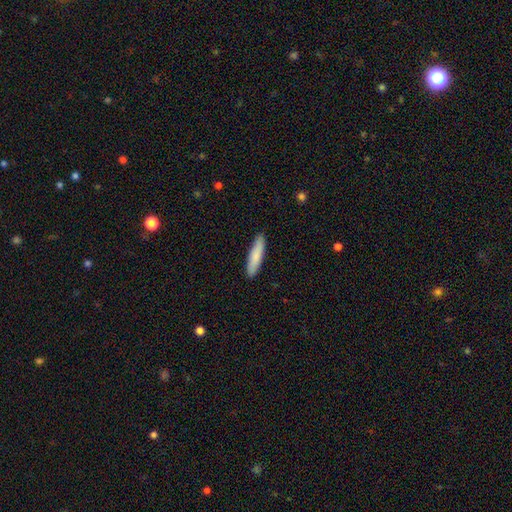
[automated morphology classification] Smooth or featured? Predicted: smooth (p=0.83). How rounded? Predicted: cigar-shaped (p=0.81). Merging? Predicted: none (p=0.89).